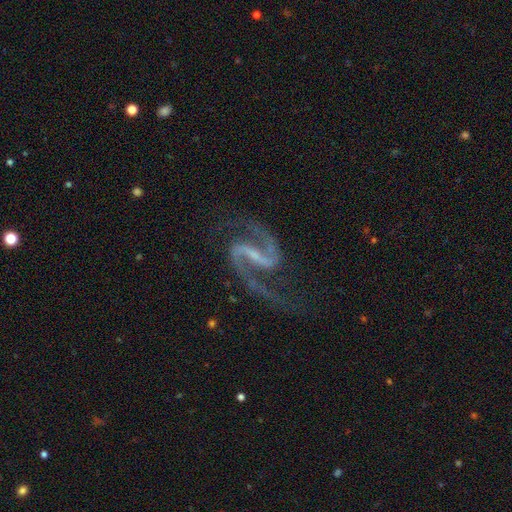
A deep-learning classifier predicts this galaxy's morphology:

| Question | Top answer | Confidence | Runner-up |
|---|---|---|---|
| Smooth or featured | featured or disk | 94% | star or artifact (4%) |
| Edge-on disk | no | 98% | yes (2%) |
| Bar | strong | 58% | weak (32%) |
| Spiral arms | yes | 98% | no (2%) |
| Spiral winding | medium | 56% | loose (34%) |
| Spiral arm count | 2 | 95% | 1 (1%) |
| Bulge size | small | 55% | none (30%) |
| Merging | none | 75% | minor disturbance (14%) |